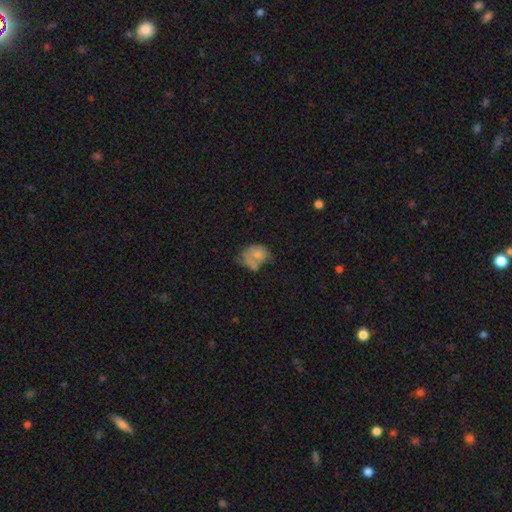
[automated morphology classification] A smooth galaxy with no disk features (60%) that is in between round and cigar-shaped (60%). Merging: major disturbance (29%).